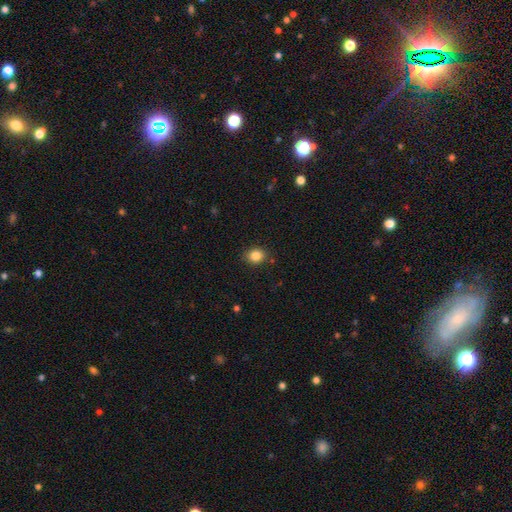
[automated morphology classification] smooth_or_featured: smooth (p=0.85) [alt: star or artifact p=0.10]
how_rounded: round (p=0.63) [alt: in between p=0.36]
merging: none (p=0.87) [alt: minor disturbance p=0.09]